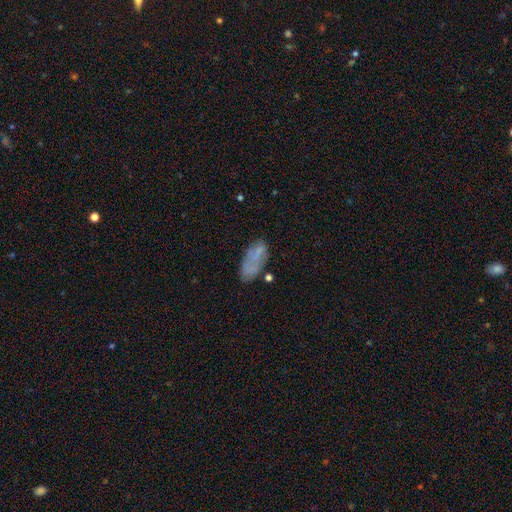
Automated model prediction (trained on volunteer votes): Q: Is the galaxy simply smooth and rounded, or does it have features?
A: smooth — 61%.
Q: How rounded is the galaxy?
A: in between — 89%.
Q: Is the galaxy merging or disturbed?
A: none — 52%.